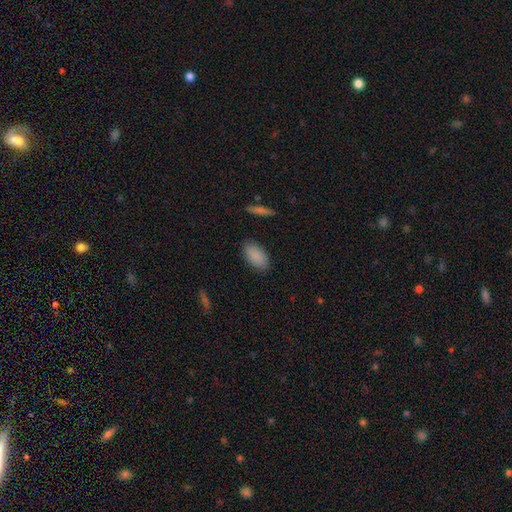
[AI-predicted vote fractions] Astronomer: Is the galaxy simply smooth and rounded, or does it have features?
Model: smooth — 89%.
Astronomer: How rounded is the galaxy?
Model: in between — 93%.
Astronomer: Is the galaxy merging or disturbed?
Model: none — 87%.